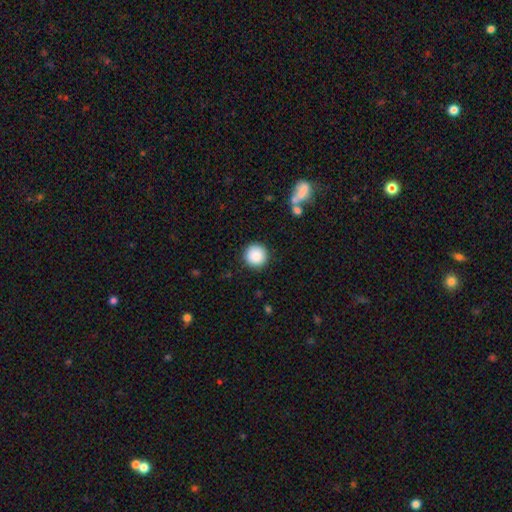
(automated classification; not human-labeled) Q: Smooth or featured?
A: smooth (88%); runner-up: star or artifact (8%)
Q: How rounded?
A: round (96%); runner-up: in between (3%)
Q: Merging?
A: none (91%); runner-up: minor disturbance (6%)